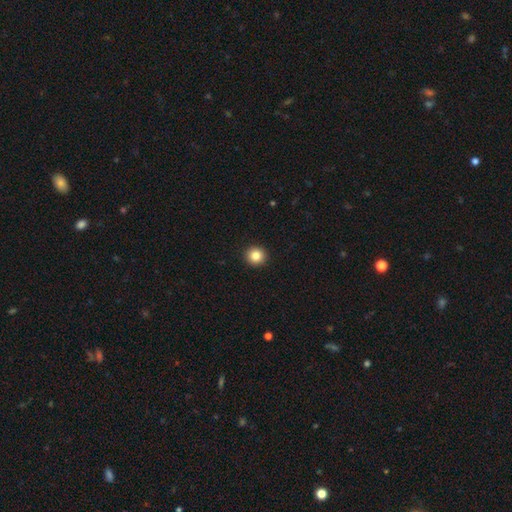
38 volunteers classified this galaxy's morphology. This appears to be a smooth galaxy with no disk features (84%) that is round (94%). Merging: none (94%).